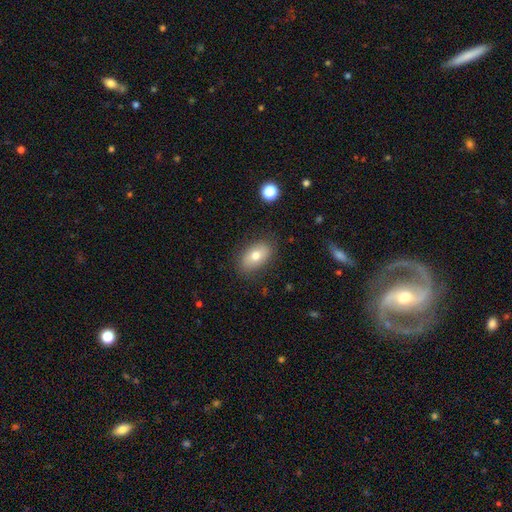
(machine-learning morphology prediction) Q: Smooth or featured?
A: smooth (74%); runner-up: featured or disk (18%)
Q: How rounded?
A: in between (90%); runner-up: round (9%)
Q: Merging?
A: none (83%); runner-up: minor disturbance (13%)